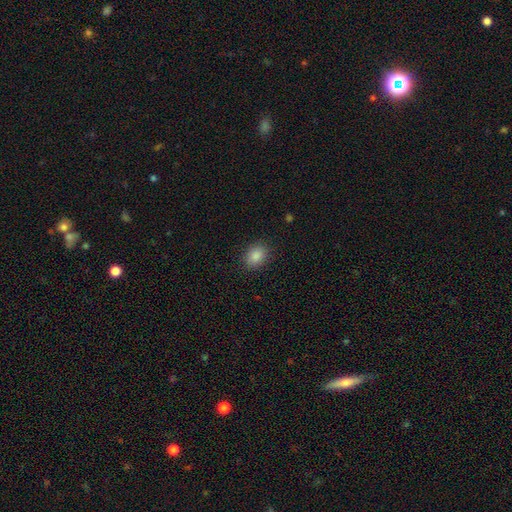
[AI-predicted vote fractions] A smooth galaxy with no disk features (86%) that is in between round and cigar-shaped (62%). Merging: none (88%).